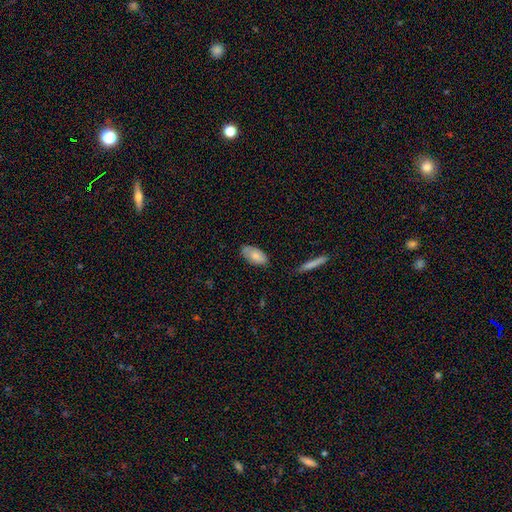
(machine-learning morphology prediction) smooth_or_featured: smooth (p=0.78) [alt: featured or disk p=0.15]
how_rounded: in between (p=0.92) [alt: cigar-shaped p=0.05]
merging: none (p=0.75) [alt: minor disturbance p=0.20]